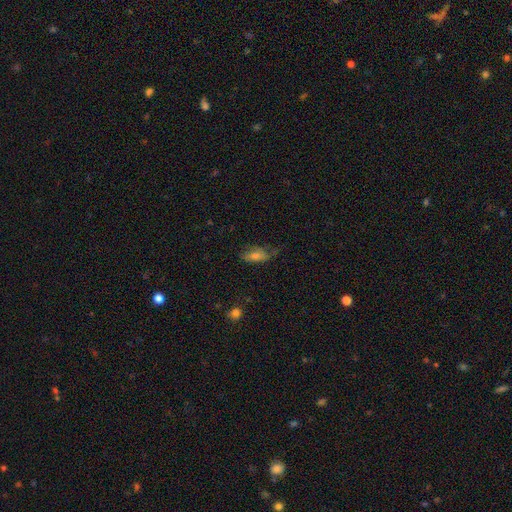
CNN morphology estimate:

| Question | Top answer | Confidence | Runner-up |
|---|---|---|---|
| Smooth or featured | smooth | 56% | featured or disk (30%) |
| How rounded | in between | 77% | cigar-shaped (18%) |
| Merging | none | 59% | minor disturbance (27%) |